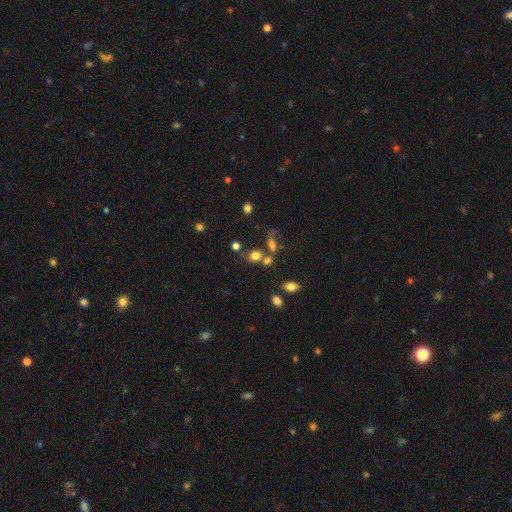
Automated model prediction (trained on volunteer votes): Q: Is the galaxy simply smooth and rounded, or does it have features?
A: smooth — 72%.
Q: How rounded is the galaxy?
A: round — 59%.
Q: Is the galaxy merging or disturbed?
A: none — 47%.